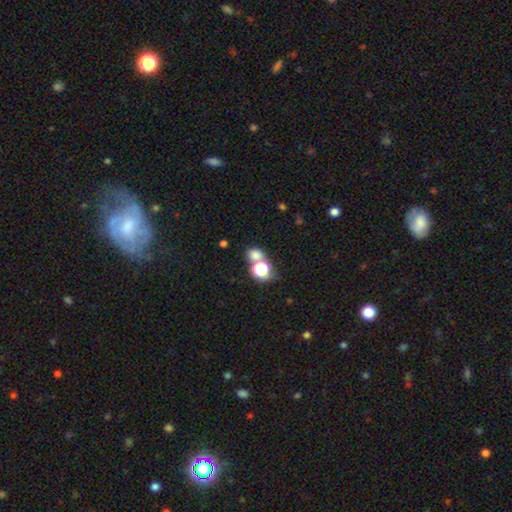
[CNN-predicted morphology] A smooth galaxy with no disk features (69%) that is round (67%). Merging: none (50%).